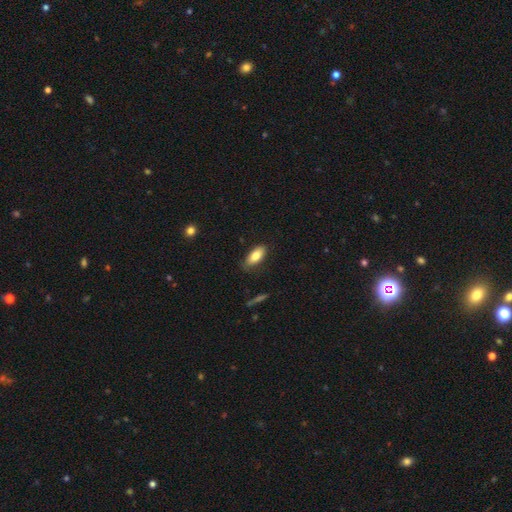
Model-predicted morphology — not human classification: A smooth galaxy with no disk features (82%) that is in between round and cigar-shaped (85%). Merging: none (78%).